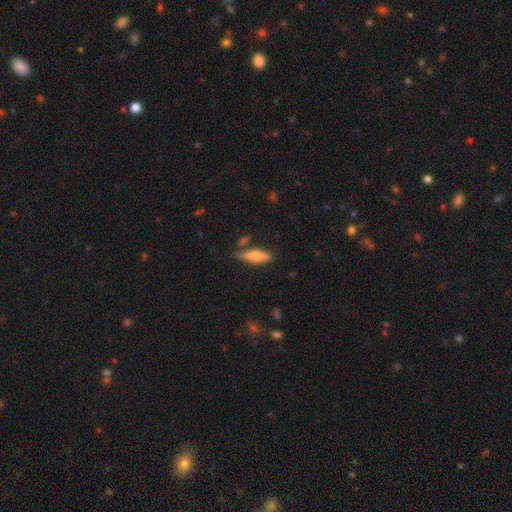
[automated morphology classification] Smooth or featured: smooth — 67% (featured or disk — 27%)
How rounded: cigar-shaped — 61% (in between — 37%)
Merging: none — 73% (minor disturbance — 17%)